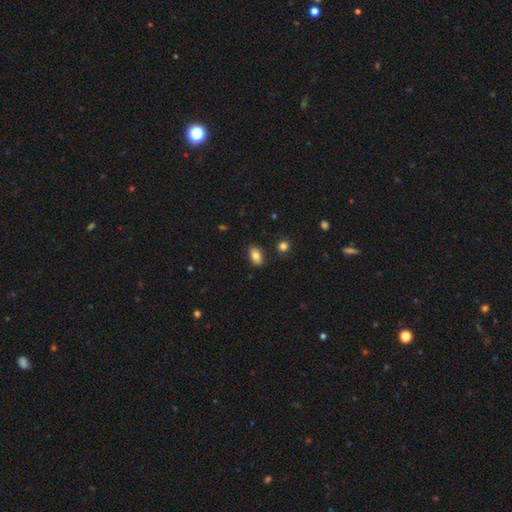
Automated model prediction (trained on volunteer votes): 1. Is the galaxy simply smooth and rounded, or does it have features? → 80% smooth, 11% featured or disk, 8% star or artifact.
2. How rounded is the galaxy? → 90% in between, 7% round, 2% cigar-shaped.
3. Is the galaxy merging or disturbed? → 85% none, 10% minor disturbance, 2% merger, 2% major disturbance.